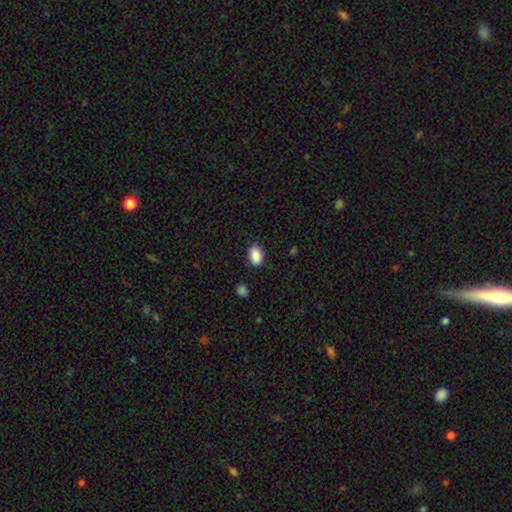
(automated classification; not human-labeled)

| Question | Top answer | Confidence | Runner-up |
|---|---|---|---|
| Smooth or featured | smooth | 89% | star or artifact (8%) |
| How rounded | in between | 86% | round (13%) |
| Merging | none | 85% | minor disturbance (11%) |